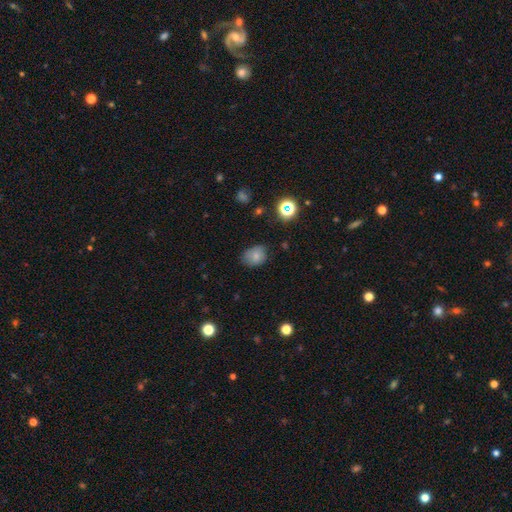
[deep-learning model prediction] Smooth or featured: smooth — 76% (star or artifact — 14%)
How rounded: in between — 59% (round — 40%)
Merging: none — 63% (minor disturbance — 29%)